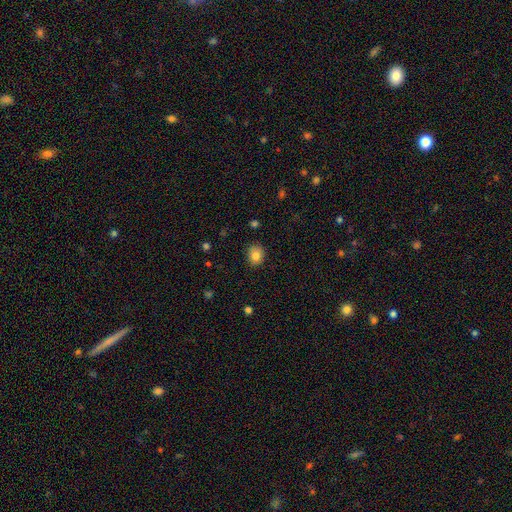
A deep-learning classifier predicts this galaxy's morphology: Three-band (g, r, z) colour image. It shows a smooth galaxy with no disk features (83%) that is round (58%). Merging: none (84%).